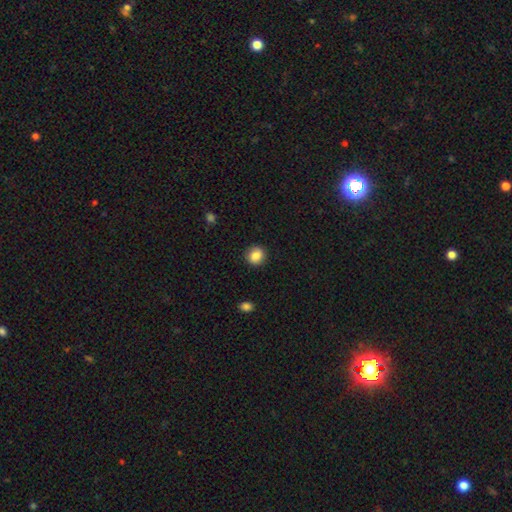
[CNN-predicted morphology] This is clearly a smooth galaxy (87%). How rounded: clearly round (82%). Merging: clearly none (89%).